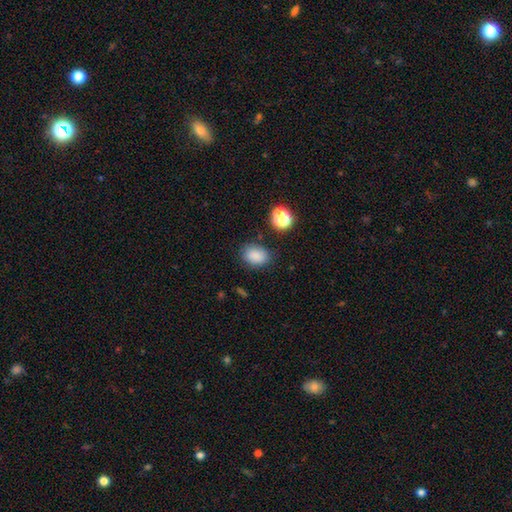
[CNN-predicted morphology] smooth-or-featured: smooth: 84% | star or artifact: 11% | featured or disk: 5%
  how-rounded: in between: 70% | round: 29% | cigar-shaped: 1%
  merging: none: 79% | minor disturbance: 13% | major disturbance: 4% | merger: 4%